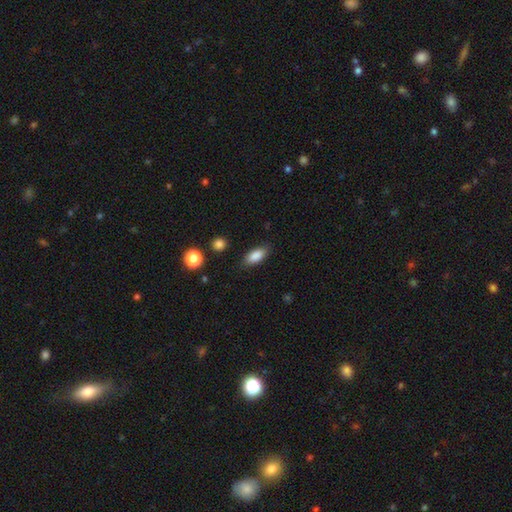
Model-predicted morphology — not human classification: Overall: smooth (85%). How rounded: in between (82%). Merging: none (82%).